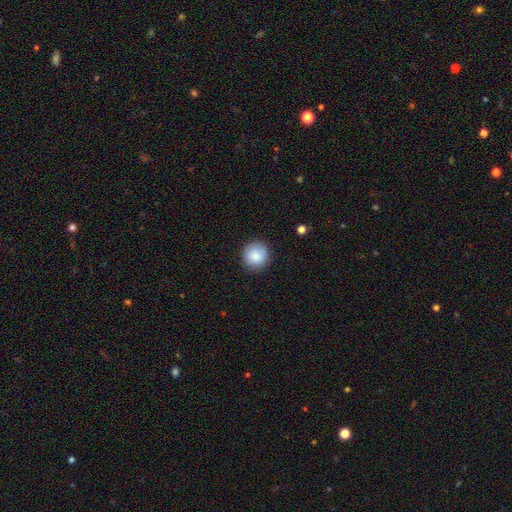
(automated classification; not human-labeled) smooth_or_featured: smooth (p=0.85) [alt: star or artifact p=0.08]
how_rounded: round (p=0.93) [alt: in between p=0.06]
merging: none (p=0.88) [alt: minor disturbance p=0.09]